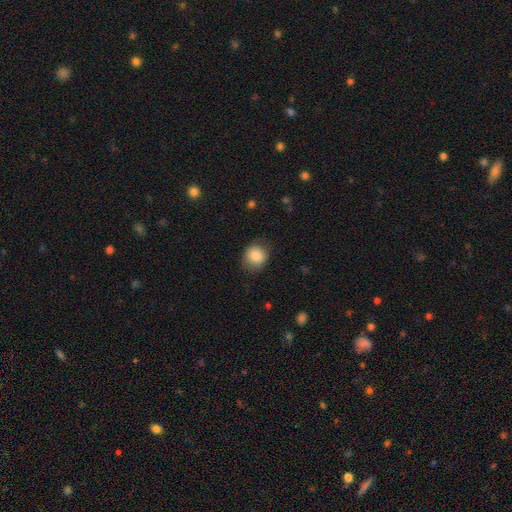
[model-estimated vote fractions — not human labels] Smooth or featured? Predicted: smooth (p=0.84). How rounded? Predicted: round (p=0.80). Merging? Predicted: none (p=0.79).